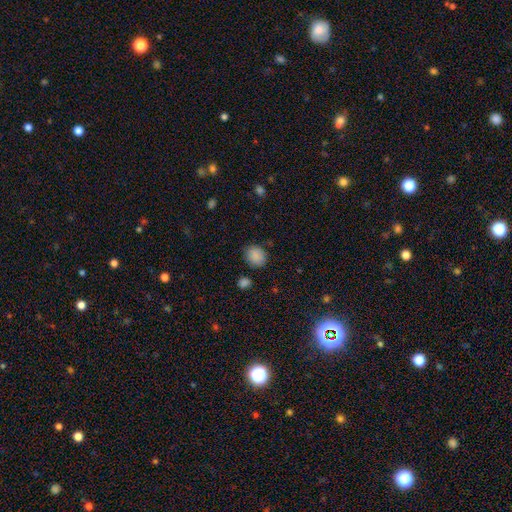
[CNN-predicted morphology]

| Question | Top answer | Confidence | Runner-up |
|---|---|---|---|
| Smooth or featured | smooth | 87% | star or artifact (9%) |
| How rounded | round | 63% | in between (36%) |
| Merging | none | 81% | minor disturbance (13%) |